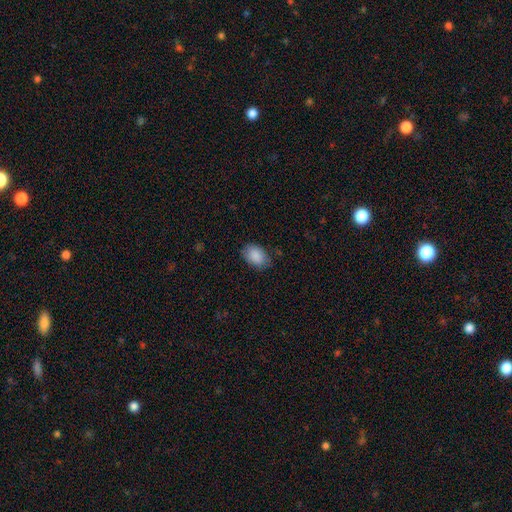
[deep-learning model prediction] The model was most divided on "merging": none: 77%, minor disturbance: 18%, major disturbance: 4%, merger: 1%. More confident: smooth or featured — smooth (89%); how rounded — in between (85%).